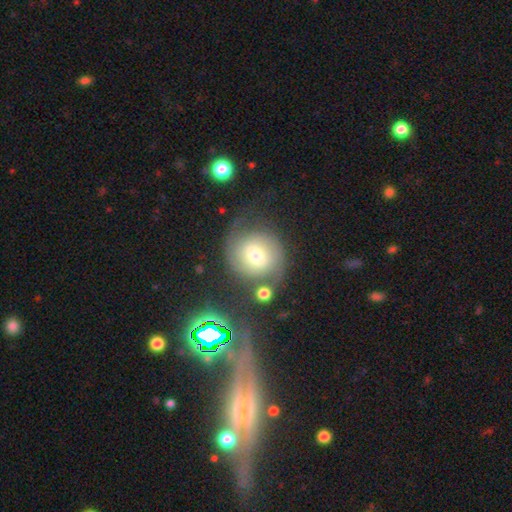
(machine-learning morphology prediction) A featured or disk galaxy (57%) with a weak bar (44%), spiral arms (86%) and a moderate central bulge (58%).

Vote fractions:
- Smooth or featured? featured or disk: 57% / smooth: 31% / star or artifact: 12%
- Edge-on disk? no: 96% / yes: 4%
- Bar? weak: 44% / no: 42% / strong: 14%
- Spiral arms? yes: 86% / no: 14%
- Bulge size? moderate: 58% / small: 31% / large: 8% / dominant: 2% / none: 2%
- Merging? none: 61% / minor disturbance: 17% / major disturbance: 13% / merger: 9%